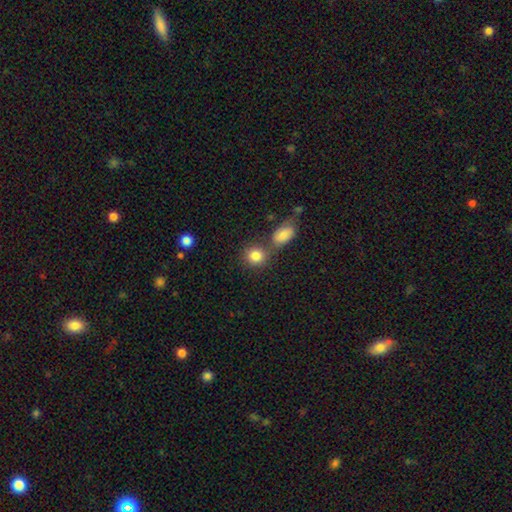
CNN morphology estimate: Smooth or featured? smooth (84%)
How rounded? round (80%)
Merging? none (60%)